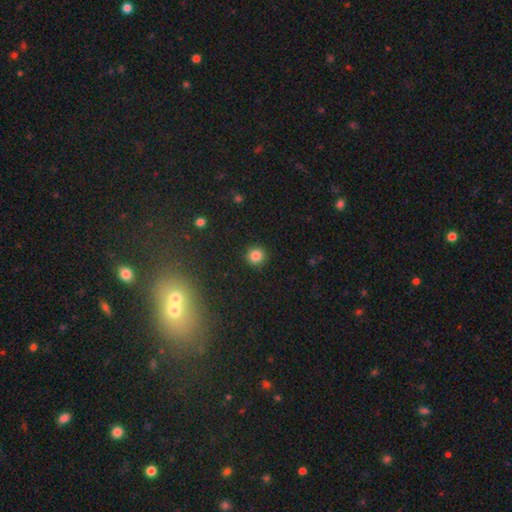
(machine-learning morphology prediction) This is clearly a smooth galaxy (84%). How rounded: clearly round (93%). Merging: clearly none (92%).